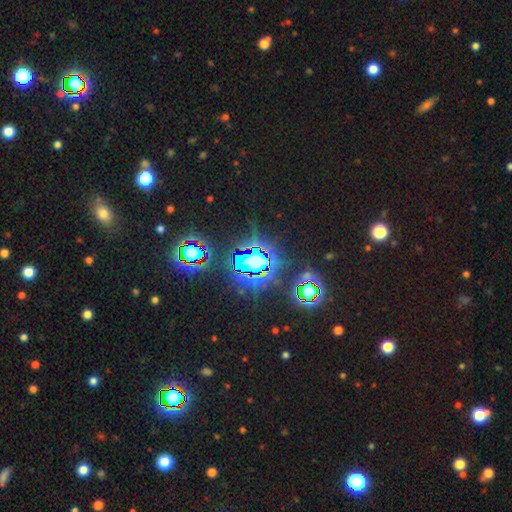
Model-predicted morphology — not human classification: Smooth or featured? star or artifact (82%)